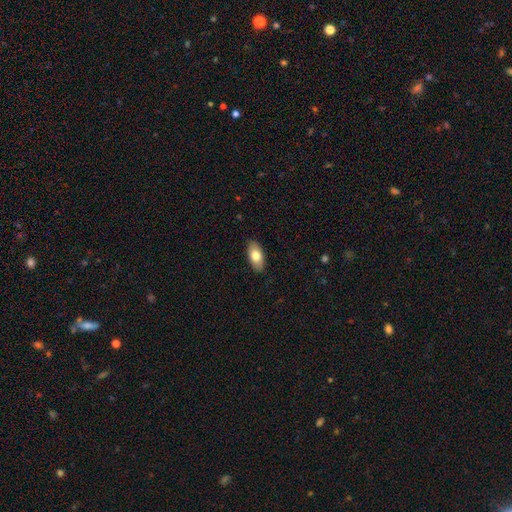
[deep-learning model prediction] This appears to be a smooth galaxy with no disk features (78%) that is in between round and cigar-shaped (92%). Merging: none (88%).